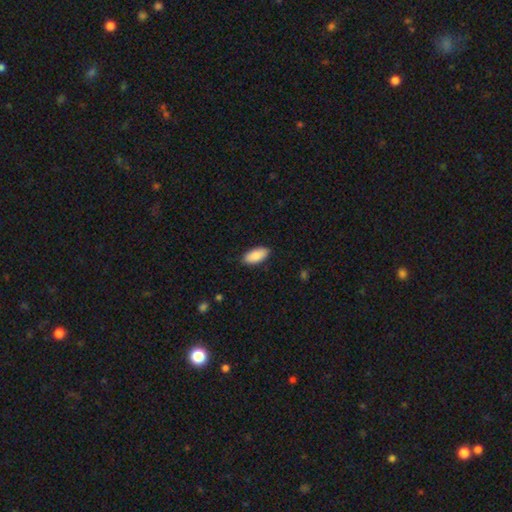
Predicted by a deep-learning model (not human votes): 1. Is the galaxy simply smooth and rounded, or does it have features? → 88% smooth, 6% star or artifact, 6% featured or disk.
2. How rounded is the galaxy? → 92% in between, 6% cigar-shaped, 2% round.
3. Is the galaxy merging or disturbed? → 86% none, 11% minor disturbance, 2% major disturbance, 1% merger.